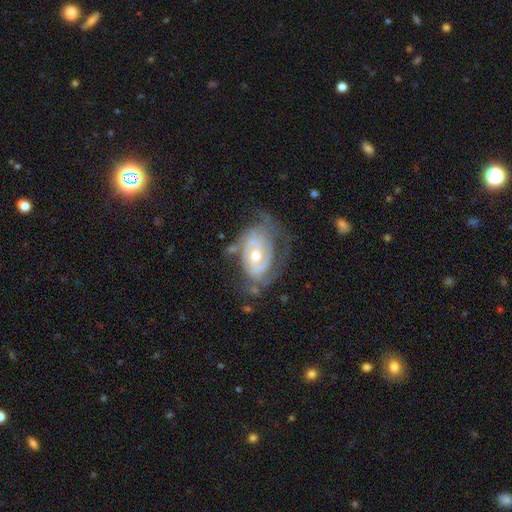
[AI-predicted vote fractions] A featured or disk galaxy (87%) with no bar (56%), 2 (55%) tight (63%) spiral arms (93%) and a moderate central bulge (69%).

Vote fractions:
- Smooth or featured? featured or disk: 87% / smooth: 8% / star or artifact: 5%
- Edge-on disk? no: 96% / yes: 4%
- Bar? no: 56% / weak: 34% / strong: 9%
- Spiral arms? yes: 93% / no: 7%
- Spiral winding? tight: 63% / medium: 29% / loose: 8%
- Spiral arm count? 2: 55% / can't tell: 22% / 3: 12% / 1: 6% / 4: 3% / more than 4: 3%
- Bulge size? moderate: 69% / small: 24% / large: 4% / none: 1% / dominant: 1%
- Merging? none: 57% / minor disturbance: 25% / major disturbance: 15% / merger: 3%